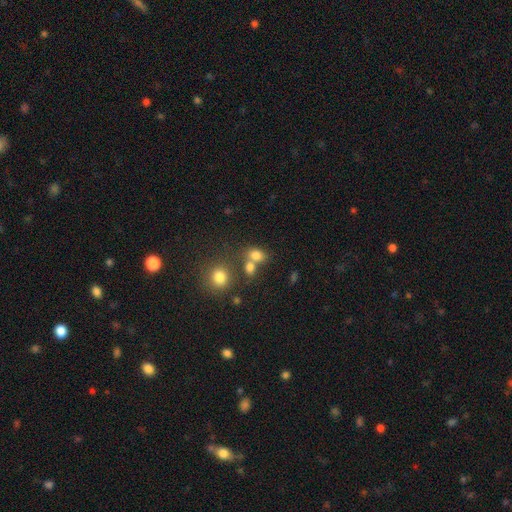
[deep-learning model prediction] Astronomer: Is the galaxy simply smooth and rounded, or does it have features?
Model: smooth — 77%.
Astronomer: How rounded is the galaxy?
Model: in between — 60% (runner-up: round, 38%).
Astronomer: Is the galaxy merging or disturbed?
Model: none — 44% (runner-up: merger, 40%).